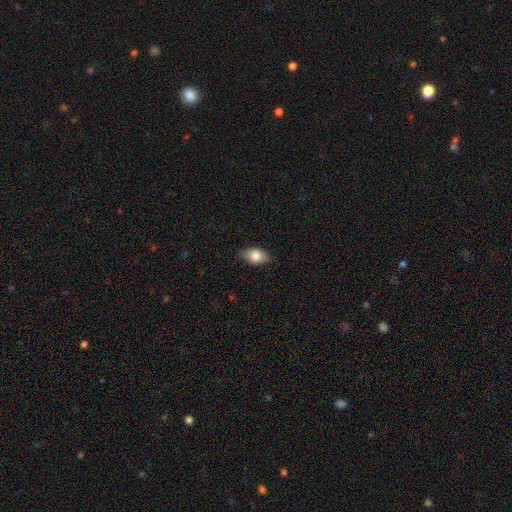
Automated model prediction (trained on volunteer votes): A smooth galaxy with no disk features (80%) that is in between round and cigar-shaped (88%). Merging: none (79%).